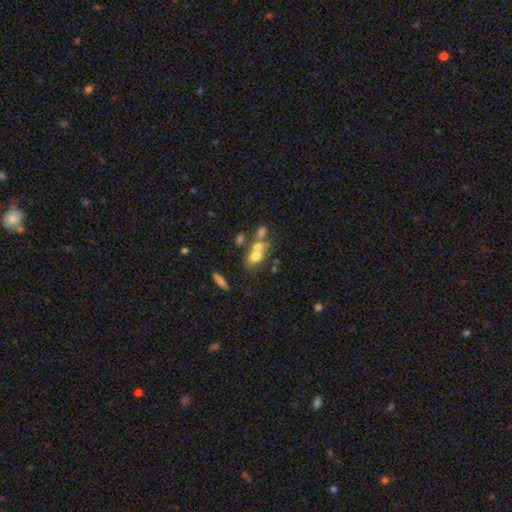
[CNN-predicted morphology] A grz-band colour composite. It shows a smooth galaxy with no disk features (61%) that is in between round and cigar-shaped (61%). Merging: merger (51%).